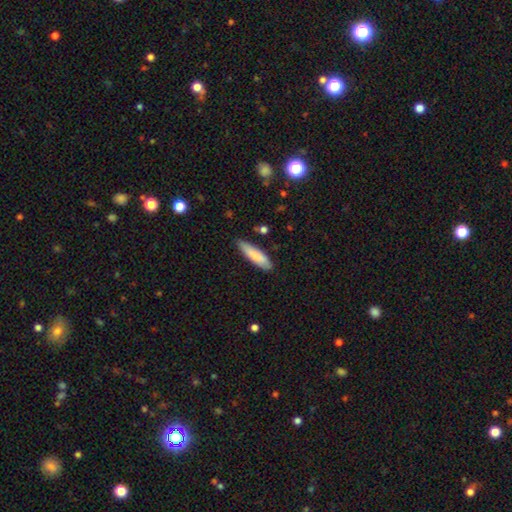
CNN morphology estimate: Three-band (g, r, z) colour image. It shows a smooth galaxy with no disk features (81%) that is cigar-shaped (67%). Merging: none (82%).